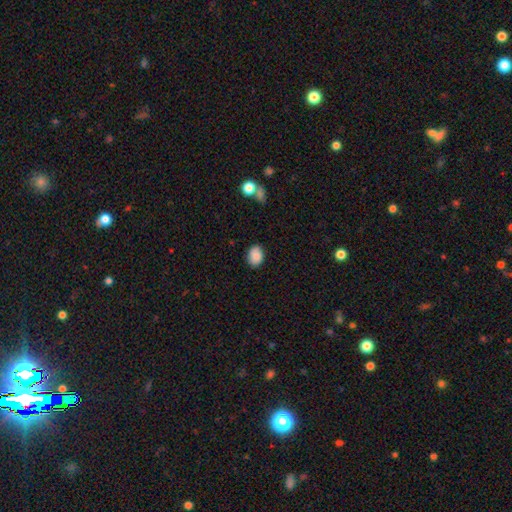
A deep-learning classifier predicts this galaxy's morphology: Smooth or featured? smooth (84%)
How rounded? in between (67%)
Merging? none (84%)